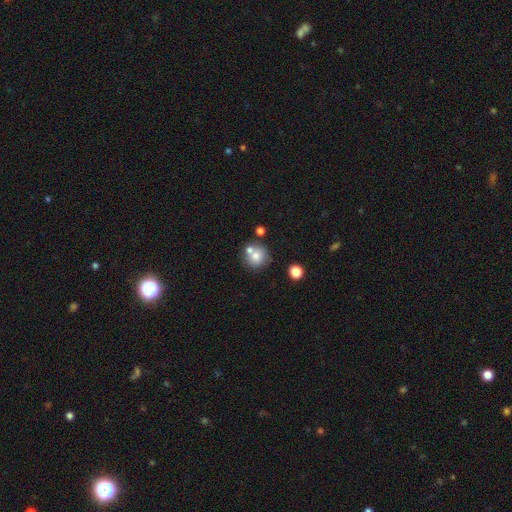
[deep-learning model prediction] Smooth or featured: smooth — 74% (featured or disk — 15%)
How rounded: round — 90% (in between — 9%)
Merging: none — 60% (merger — 25%)